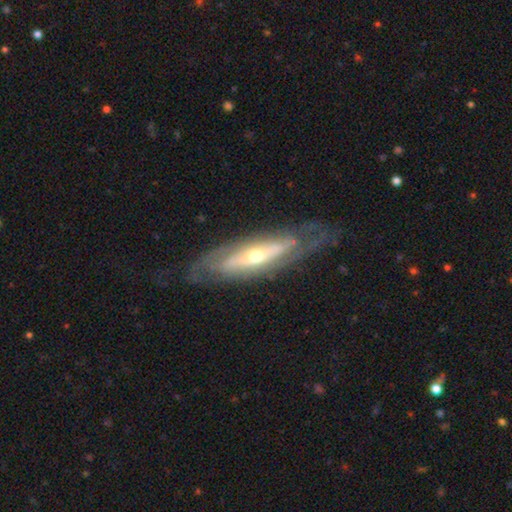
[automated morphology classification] featured or disk 75%, smooth 20%, star or artifact 5%. Down the decision tree: edge-on disk — no (65%); merging — none (69%).